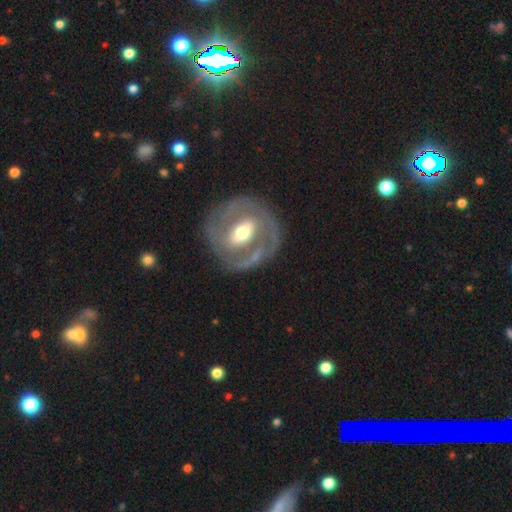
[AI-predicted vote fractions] A featured or disk galaxy (81%) with a strong bar (41%), 2 (68%) tight (57%) spiral arms (75%) and a moderate central bulge (69%).

Vote fractions:
- Smooth or featured? featured or disk: 81% / smooth: 14% / star or artifact: 5%
- Edge-on disk? no: 96% / yes: 4%
- Bar? strong: 41% / weak: 38% / no: 21%
- Spiral arms? yes: 75% / no: 25%
- Spiral winding? tight: 57% / medium: 33% / loose: 10%
- Spiral arm count? 2: 68% / can't tell: 14% / 1: 10% / 3: 5% / 4: 2% / more than 4: 2%
- Bulge size? moderate: 69% / small: 19% / large: 9% / dominant: 1% / none: 1%
- Merging? none: 75% / minor disturbance: 14% / major disturbance: 7% / merger: 3%